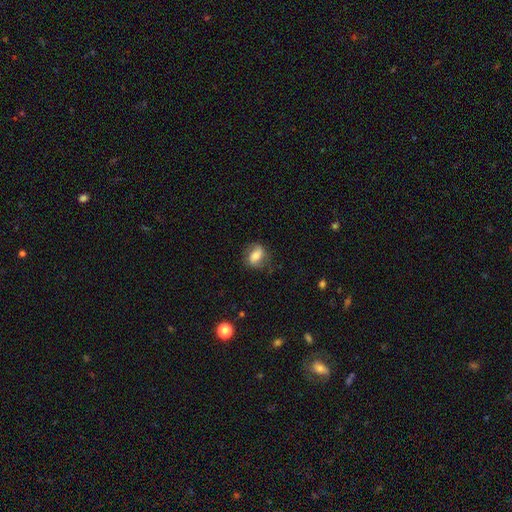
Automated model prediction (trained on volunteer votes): This is likely a smooth galaxy (63%). How rounded: likely in between (70%). Merging: likely none (72%).